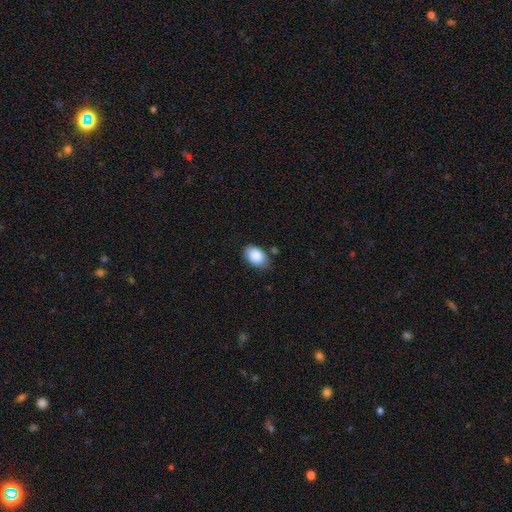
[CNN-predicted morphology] Smooth or featured: smooth — 87% (star or artifact — 7%)
How rounded: in between — 86% (round — 13%)
Merging: none — 75% (minor disturbance — 19%)